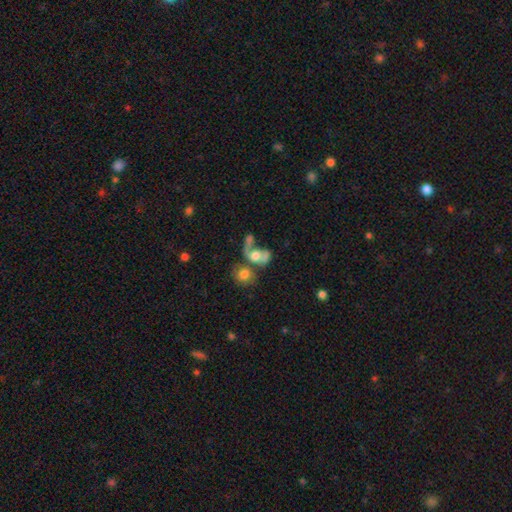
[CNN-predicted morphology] A smooth galaxy with no disk features (45%).

Vote fractions:
- Smooth or featured? smooth: 45% / featured or disk: 44% / star or artifact: 10%
- Merging? merger: 55% / major disturbance: 22% / none: 14% / minor disturbance: 8%